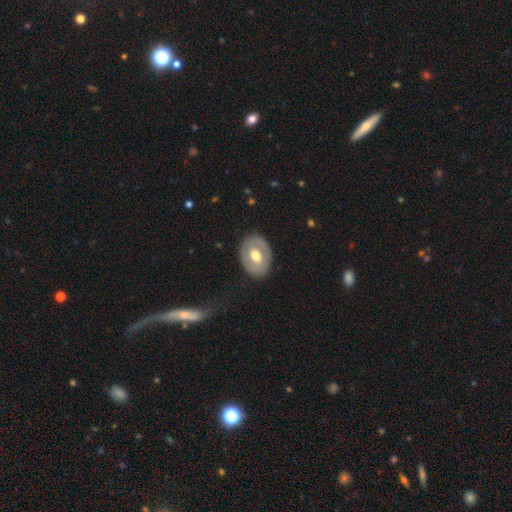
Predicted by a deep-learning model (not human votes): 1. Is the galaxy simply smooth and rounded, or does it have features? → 51% featured or disk, 44% smooth, 5% star or artifact.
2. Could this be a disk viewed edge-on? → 92% no, 8% yes.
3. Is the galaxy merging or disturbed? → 83% none, 12% minor disturbance, 4% major disturbance, 1% merger.